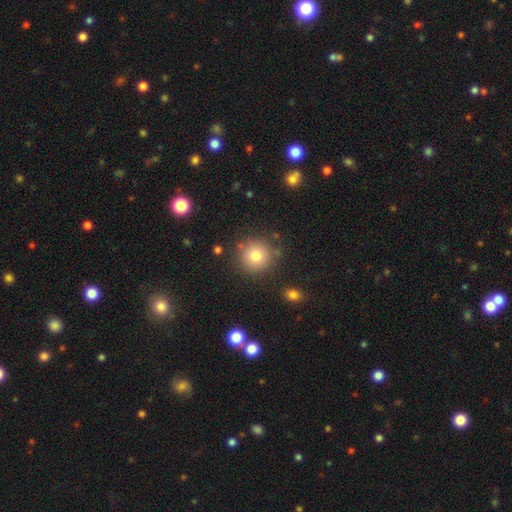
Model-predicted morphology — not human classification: smooth_or_featured: smooth (p=0.78) [alt: star or artifact p=0.11]
how_rounded: round (p=0.93) [alt: in between p=0.06]
merging: none (p=0.83) [alt: minor disturbance p=0.09]